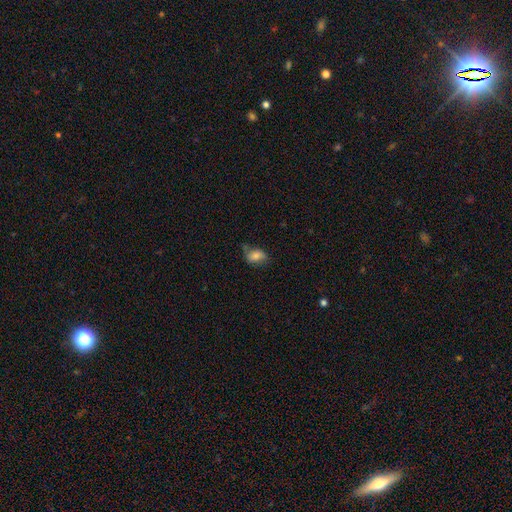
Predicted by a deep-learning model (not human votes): This appears to be a smooth galaxy with no disk features (69%) that is in between round and cigar-shaped (83%). Merging: none (55%).